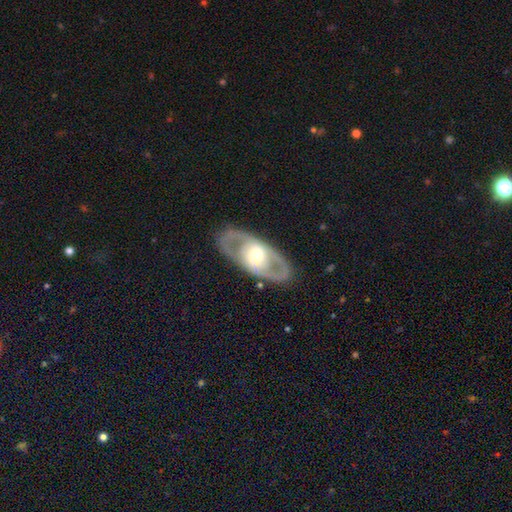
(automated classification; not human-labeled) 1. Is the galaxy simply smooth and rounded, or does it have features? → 73% featured or disk, 22% smooth, 4% star or artifact.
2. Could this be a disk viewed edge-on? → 88% no, 12% yes.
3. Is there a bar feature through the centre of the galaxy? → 67% no, 22% weak, 11% strong.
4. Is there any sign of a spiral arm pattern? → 58% no, 42% yes.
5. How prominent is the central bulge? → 62% moderate, 18% small, 18% large, 2% dominant, 1% none.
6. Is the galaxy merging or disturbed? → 83% none, 10% minor disturbance, 6% major disturbance, 1% merger.